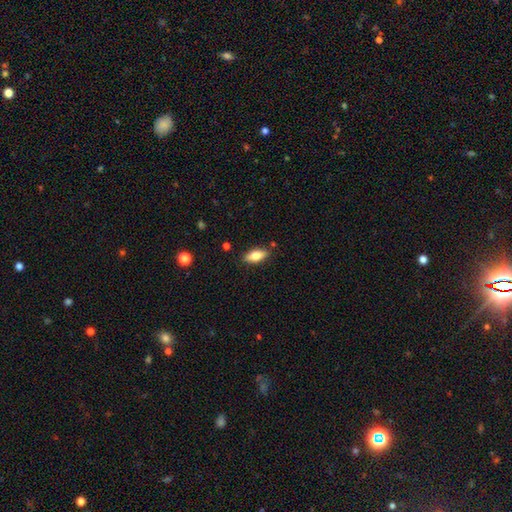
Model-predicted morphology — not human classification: A smooth galaxy with no disk features (77%) that is in between round and cigar-shaped (82%). Merging: none (85%).